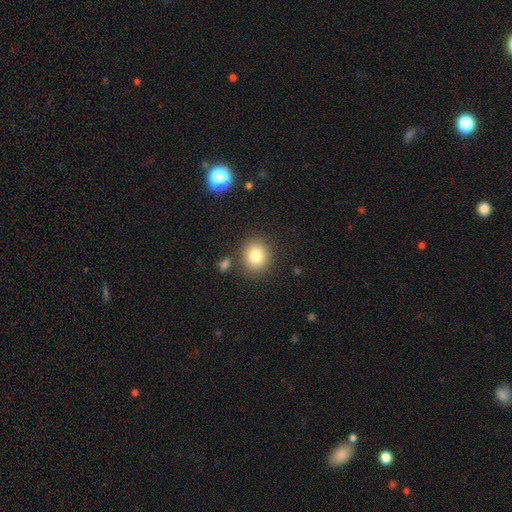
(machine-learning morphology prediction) Smooth or featured? Predicted: smooth (p=0.83). How rounded? Predicted: round (p=0.76). Merging? Predicted: none (p=0.83).